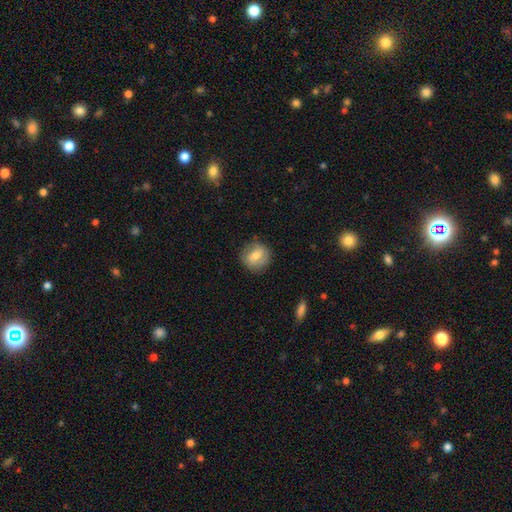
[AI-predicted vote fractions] Smooth or featured?
  - smooth: 72% *
  - featured or disk: 21%
  - star or artifact: 8%
How rounded?
  - round: 82% *
  - in between: 17%
  - cigar-shaped: 1%
Merging?
  - none: 83% *
  - minor disturbance: 13%
  - major disturbance: 3%
  - merger: 1%